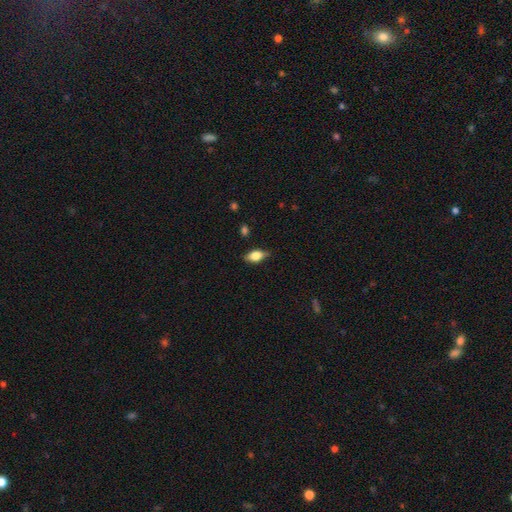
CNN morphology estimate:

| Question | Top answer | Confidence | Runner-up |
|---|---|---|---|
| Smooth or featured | smooth | 71% | featured or disk (22%) |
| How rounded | in between | 86% | cigar-shaped (8%) |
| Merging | none | 77% | minor disturbance (19%) |